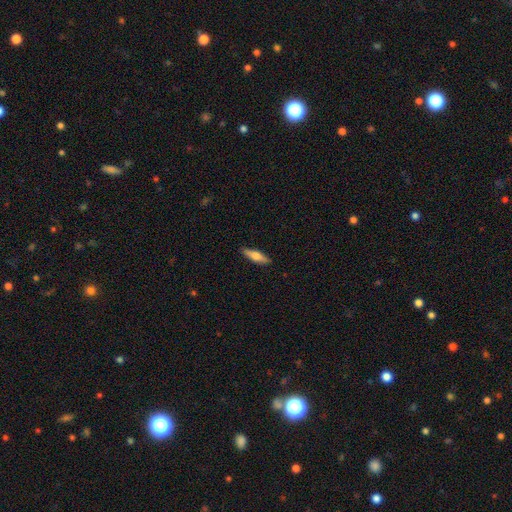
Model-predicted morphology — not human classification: Smooth or featured? Predicted: smooth (p=0.59). How rounded? Predicted: cigar-shaped (p=0.63). Merging? Predicted: none (p=0.89).